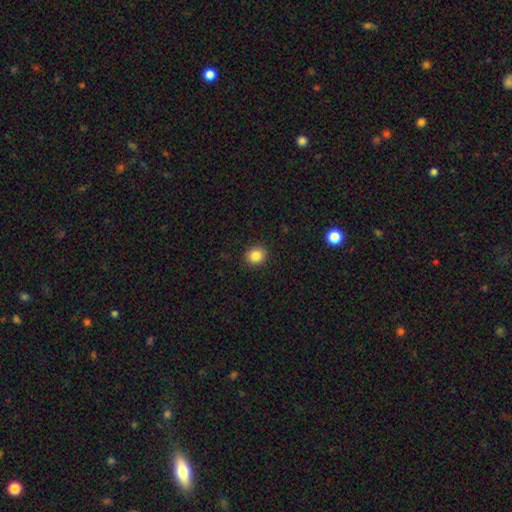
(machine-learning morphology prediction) The model was most divided on "how rounded": round: 74%, in between: 25%, cigar-shaped: 1%. More confident: merging — none (91%); smooth or featured — smooth (85%).